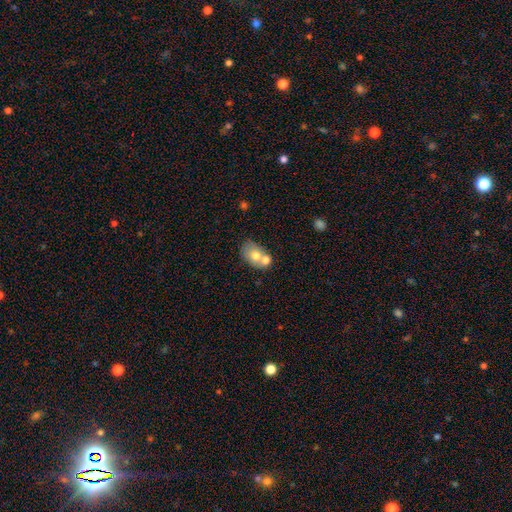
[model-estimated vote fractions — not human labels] This is likely a smooth galaxy (66%). How rounded: likely in between (75%). Merging: marginally merger (44%).